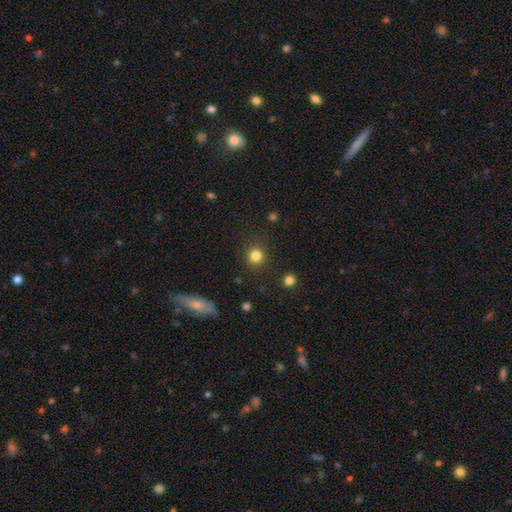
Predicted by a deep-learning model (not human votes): The model was most divided on "smooth or featured": smooth: 83%, star or artifact: 12%, featured or disk: 5%. More confident: how rounded — round (92%); merging — none (89%).